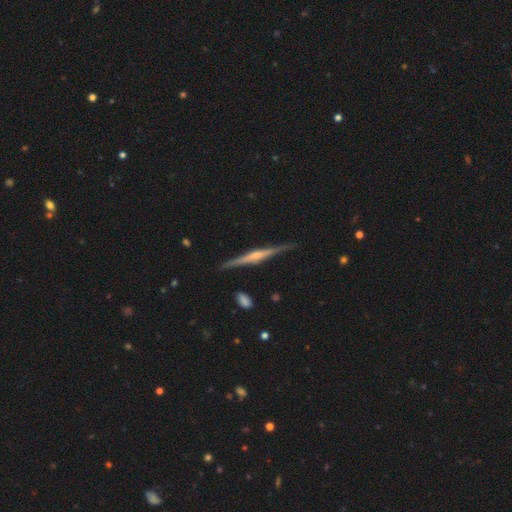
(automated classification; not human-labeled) featured or disk 77%, smooth 17%, star or artifact 6%. Down the decision tree: edge-on disk — yes (98%); edge-on bulge — rounded (64%); merging — none (87%).